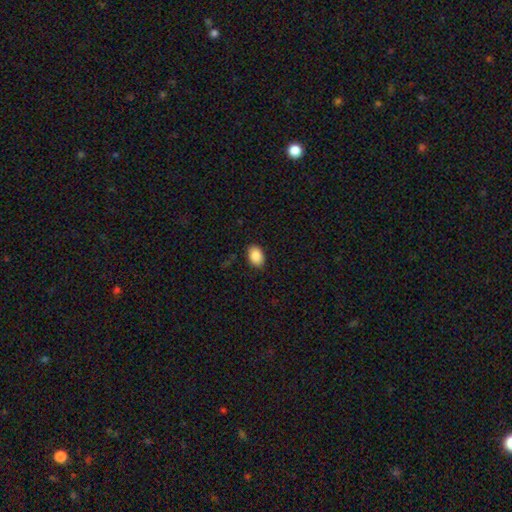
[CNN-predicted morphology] A smooth galaxy with no disk features (89%) that is in between round and cigar-shaped (83%).

Vote fractions:
- Smooth or featured? smooth: 89% / star or artifact: 7% / featured or disk: 4%
- How rounded? in between: 83% / round: 16% / cigar-shaped: 1%
- Merging? none: 88% / minor disturbance: 9% / major disturbance: 2% / merger: 1%